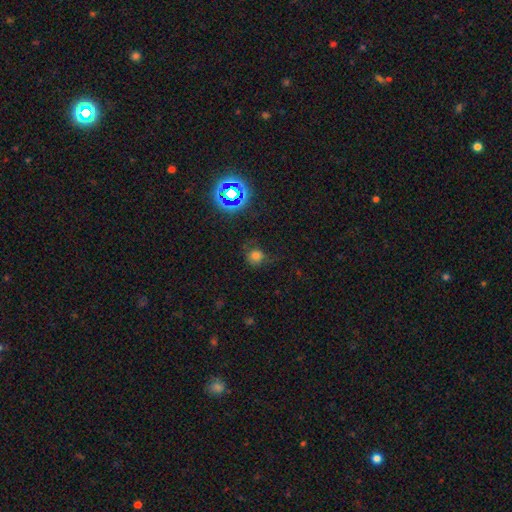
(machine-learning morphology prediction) A smooth galaxy with no disk features (65%) that is round (85%). Merging: none (61%).